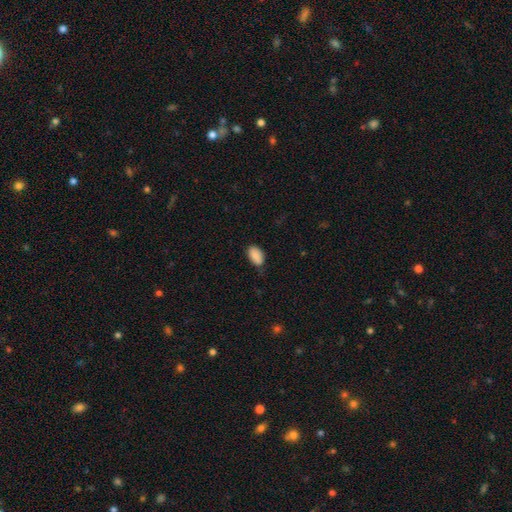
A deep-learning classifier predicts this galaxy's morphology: Smooth or featured: smooth — 88% (star or artifact — 7%)
How rounded: in between — 93% (round — 6%)
Merging: none — 67% (minor disturbance — 27%)